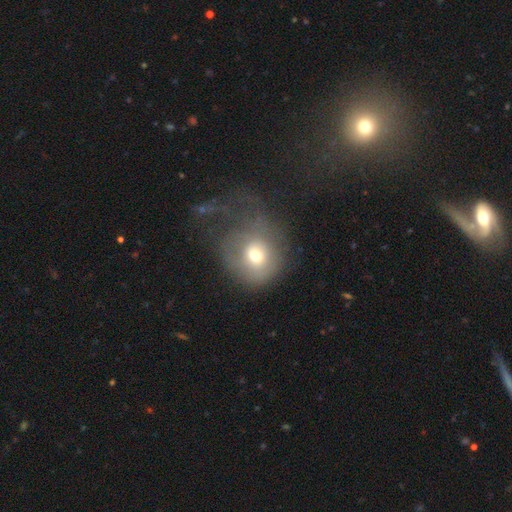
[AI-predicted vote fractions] Smooth or featured?
  - smooth: 64% *
  - featured or disk: 25%
  - star or artifact: 12%
How rounded?
  - round: 78% *
  - in between: 21%
  - cigar-shaped: 1%
Merging?
  - major disturbance: 48% *
  - none: 28%
  - minor disturbance: 20%
  - merger: 4%